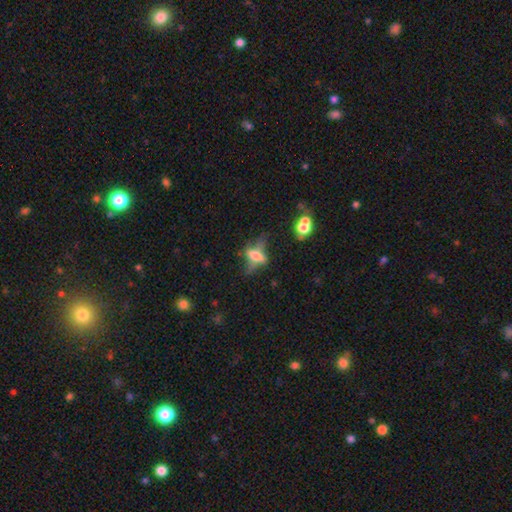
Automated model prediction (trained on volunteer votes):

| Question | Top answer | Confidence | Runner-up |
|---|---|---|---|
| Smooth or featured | featured or disk | 52% | smooth (34%) |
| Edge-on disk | yes | 56% | no (44%) |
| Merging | none | 42% | major disturbance (29%) |